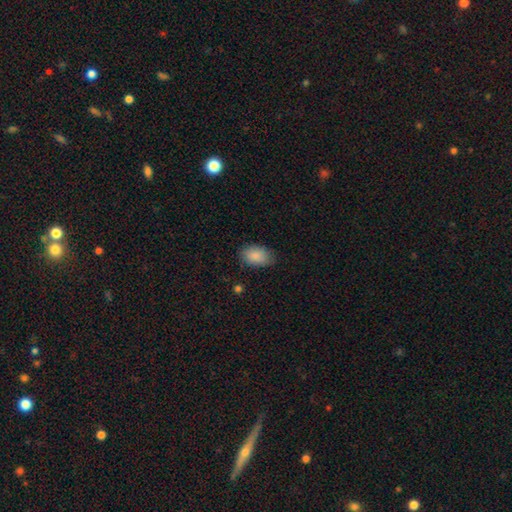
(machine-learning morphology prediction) A smooth galaxy with no disk features (88%) that is in between round and cigar-shaped (90%). Merging: none (80%).